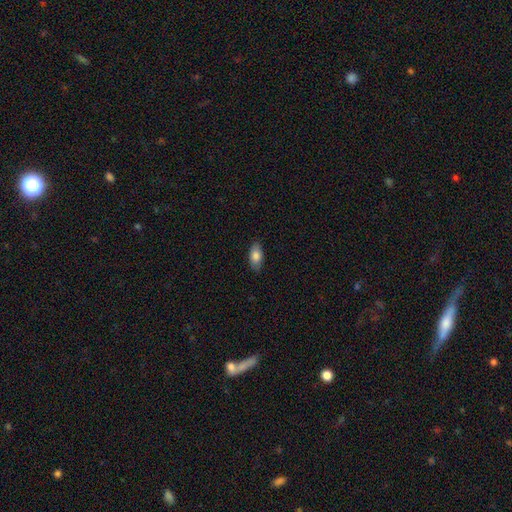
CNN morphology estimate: A smooth galaxy with no disk features (82%) that is in between round and cigar-shaped (92%). Merging: none (85%).